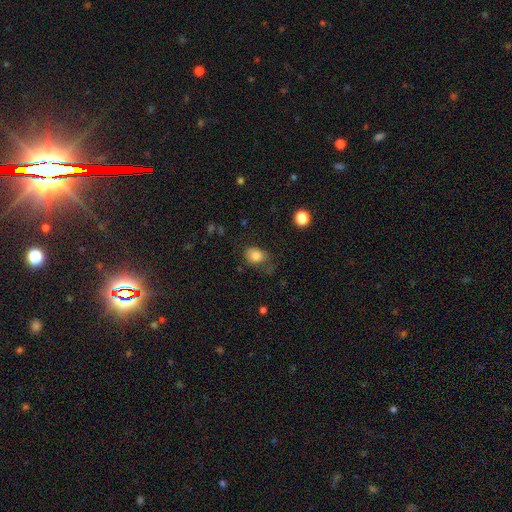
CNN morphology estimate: Smooth or featured?
  - smooth: 83% *
  - star or artifact: 10%
  - featured or disk: 7%
How rounded?
  - in between: 62% *
  - round: 37%
  - cigar-shaped: 1%
Merging?
  - none: 63% *
  - minor disturbance: 25%
  - major disturbance: 10%
  - merger: 3%